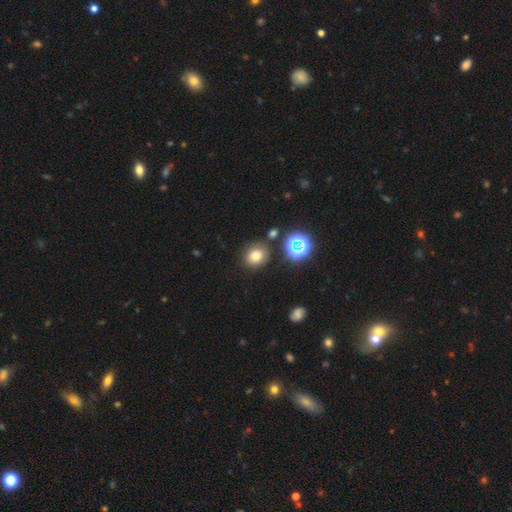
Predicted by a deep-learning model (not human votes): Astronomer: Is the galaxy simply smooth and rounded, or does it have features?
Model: smooth — 74%.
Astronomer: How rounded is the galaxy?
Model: round — 75%.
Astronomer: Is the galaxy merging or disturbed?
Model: none — 81%.